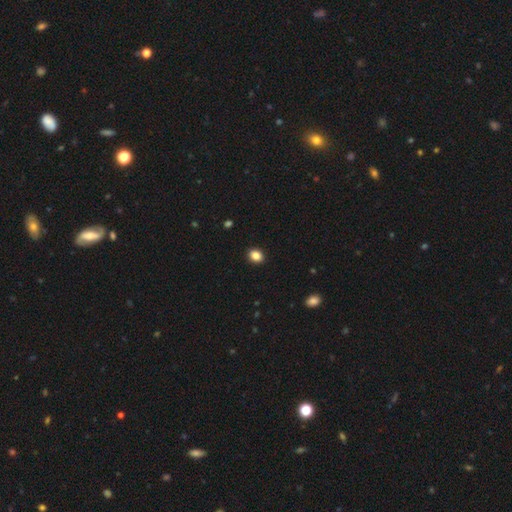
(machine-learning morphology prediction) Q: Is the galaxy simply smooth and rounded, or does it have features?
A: smooth — 87%.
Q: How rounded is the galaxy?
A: in between — 52%.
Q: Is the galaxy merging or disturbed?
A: none — 91%.